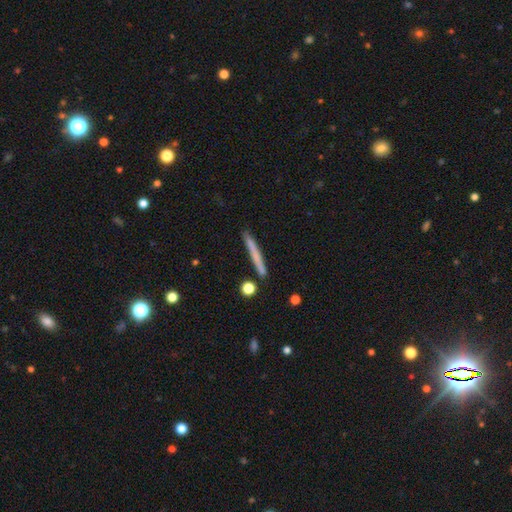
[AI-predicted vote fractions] A smooth galaxy with no disk features (64%) that is cigar-shaped (96%).

Vote fractions:
- Smooth or featured? smooth: 64% / featured or disk: 29% / star or artifact: 7%
- How rounded? cigar-shaped: 96% / in between: 2% / round: 2%
- Merging? none: 87% / minor disturbance: 8% / merger: 3% / major disturbance: 2%